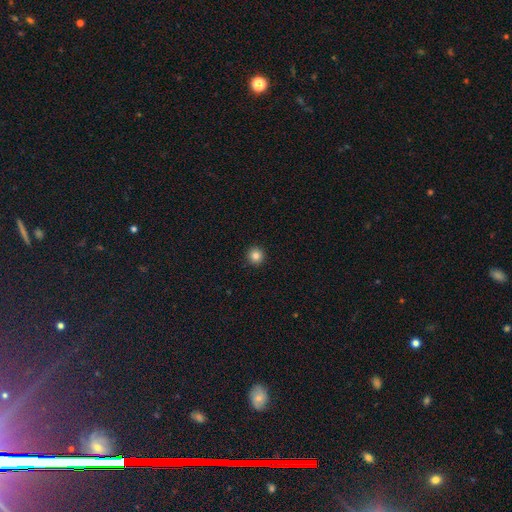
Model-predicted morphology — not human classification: A smooth galaxy with no disk features (83%) that is round (95%).

Vote fractions:
- Smooth or featured? smooth: 83% / star or artifact: 12% / featured or disk: 6%
- How rounded? round: 95% / in between: 4% / cigar-shaped: 1%
- Merging? none: 93% / minor disturbance: 4% / major disturbance: 1% / merger: 1%